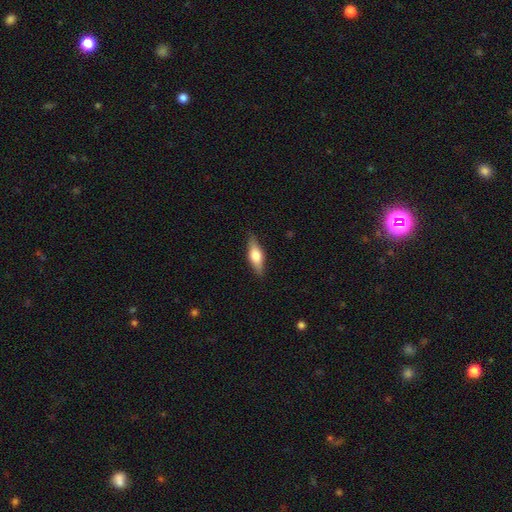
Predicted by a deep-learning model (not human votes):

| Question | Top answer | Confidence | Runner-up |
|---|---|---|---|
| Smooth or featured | smooth | 54% | featured or disk (40%) |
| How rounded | in between | 62% | cigar-shaped (35%) |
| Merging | none | 86% | minor disturbance (11%) |